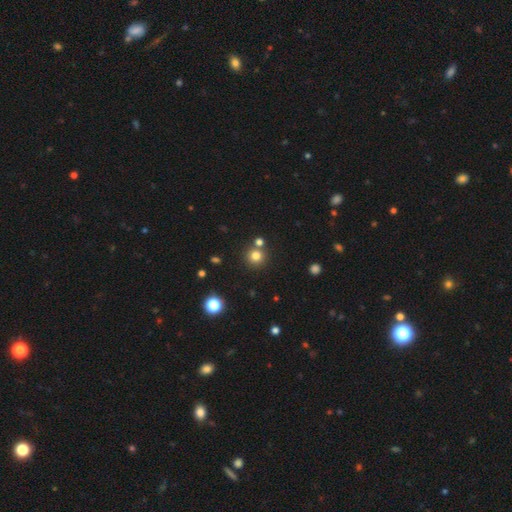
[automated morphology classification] Smooth or featured: smooth — 78% (star or artifact — 15%)
How rounded: round — 93% (in between — 6%)
Merging: none — 76% (merger — 15%)